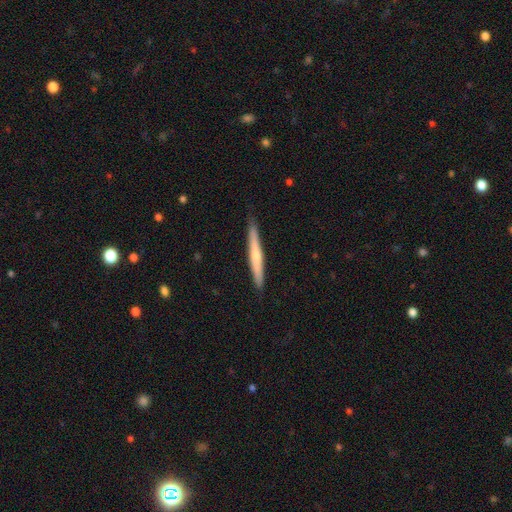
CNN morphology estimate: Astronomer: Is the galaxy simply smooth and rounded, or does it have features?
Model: featured or disk — 55% (runner-up: smooth, 38%).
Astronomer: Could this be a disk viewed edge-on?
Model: yes — 96%.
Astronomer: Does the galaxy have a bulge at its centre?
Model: rounded — 63%.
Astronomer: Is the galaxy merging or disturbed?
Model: none — 89%.